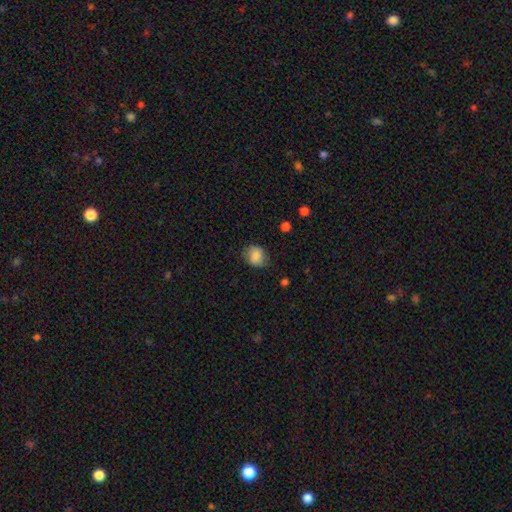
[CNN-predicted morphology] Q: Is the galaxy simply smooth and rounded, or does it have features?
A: smooth — 84%.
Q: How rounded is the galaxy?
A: round — 65%.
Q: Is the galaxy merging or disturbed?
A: none — 71%.